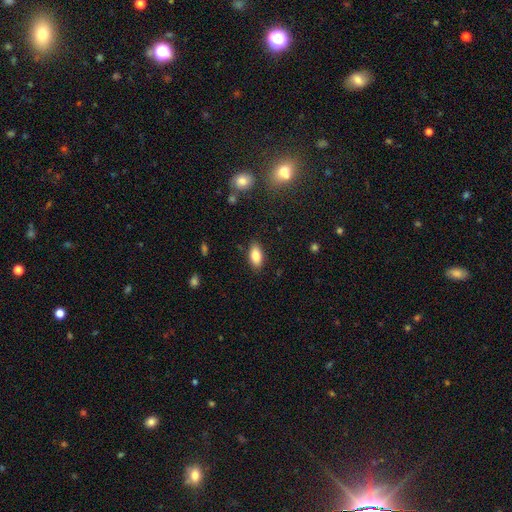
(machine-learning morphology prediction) Smooth or featured?
  - smooth: 84% *
  - featured or disk: 8%
  - star or artifact: 8%
How rounded?
  - in between: 89% *
  - cigar-shaped: 7%
  - round: 3%
Merging?
  - none: 86% *
  - minor disturbance: 10%
  - major disturbance: 2%
  - merger: 1%